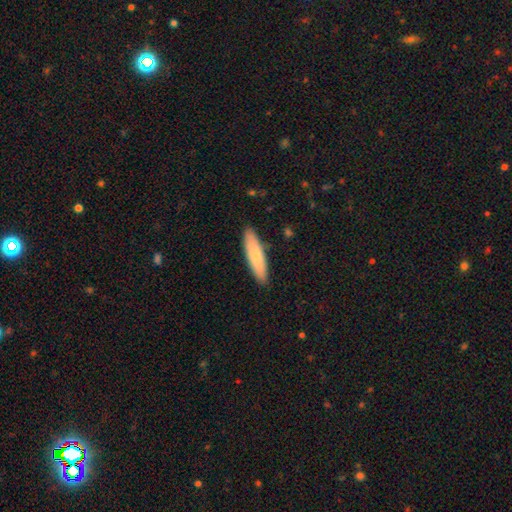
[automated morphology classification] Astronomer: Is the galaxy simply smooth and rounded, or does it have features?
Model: smooth — 78%.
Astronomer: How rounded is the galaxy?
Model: cigar-shaped — 73%.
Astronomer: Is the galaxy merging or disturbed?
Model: none — 89%.